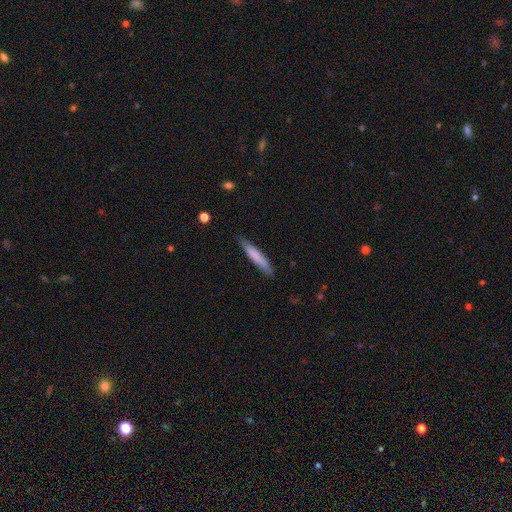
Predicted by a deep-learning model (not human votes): This appears to be a smooth galaxy with no disk features (73%) that is cigar-shaped (93%). Merging: none (84%).